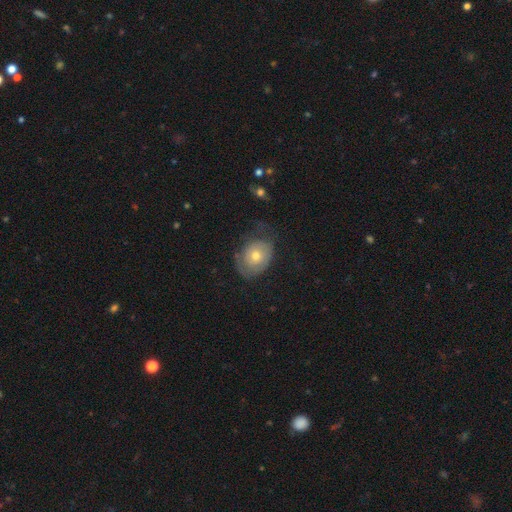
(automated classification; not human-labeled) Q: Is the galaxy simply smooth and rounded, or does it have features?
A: smooth — 55%.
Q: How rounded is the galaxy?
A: in between — 55%.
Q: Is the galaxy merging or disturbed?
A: none — 49%.